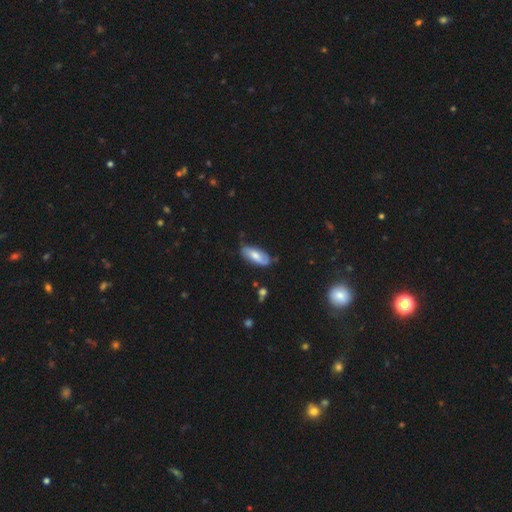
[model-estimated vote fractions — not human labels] The model was most divided on "smooth or featured": smooth: 61%, featured or disk: 33%, star or artifact: 6%. More confident: how rounded — in between (78%); merging — none (65%).